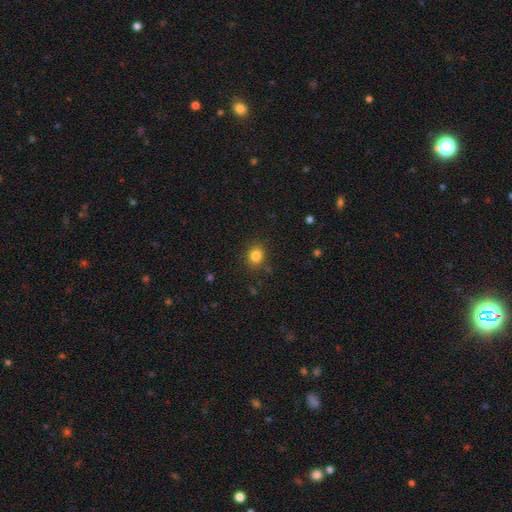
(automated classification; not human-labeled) smooth-or-featured: smooth: 83% | star or artifact: 12% | featured or disk: 5%
  how-rounded: round: 71% | in between: 28% | cigar-shaped: 1%
  merging: none: 86% | minor disturbance: 10% | major disturbance: 3% | merger: 1%